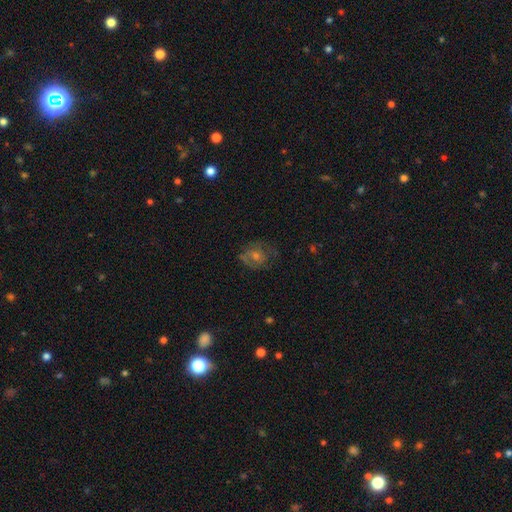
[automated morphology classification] Smooth or featured? Predicted: featured or disk (p=0.49). Merging? Predicted: none (p=0.67).